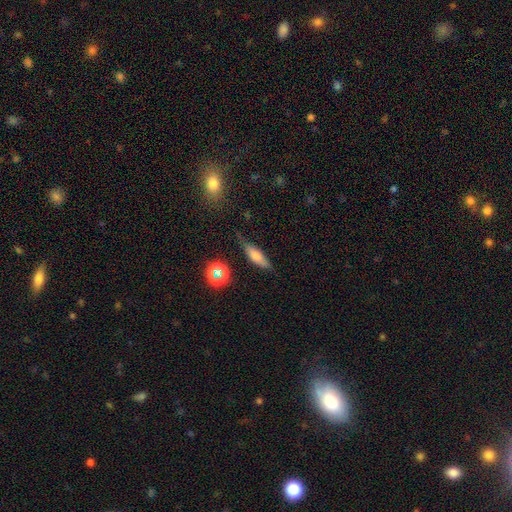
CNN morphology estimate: This is likely a smooth galaxy (64%). How rounded: possibly cigar-shaped (50%). Merging: likely none (68%).